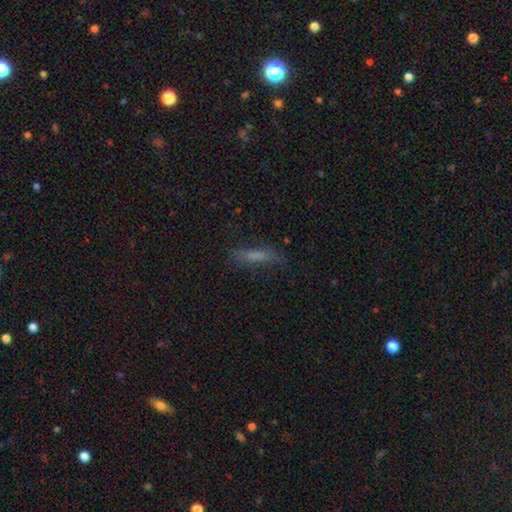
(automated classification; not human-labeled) Smooth or featured? Predicted: smooth (p=0.59). How rounded? Predicted: cigar-shaped (p=0.79). Merging? Predicted: none (p=0.72).